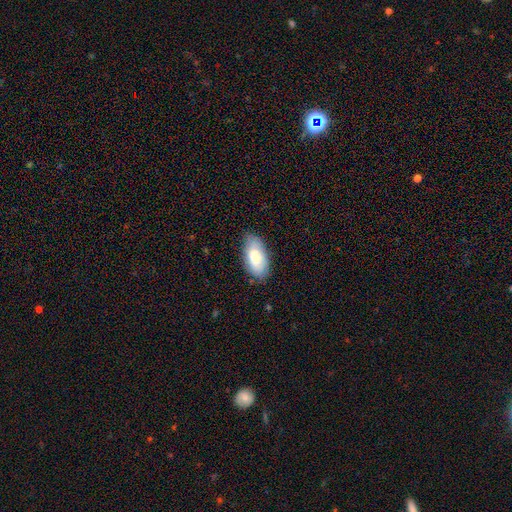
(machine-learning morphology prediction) Smooth or featured? smooth (79%)
How rounded? in between (93%)
Merging? none (79%)